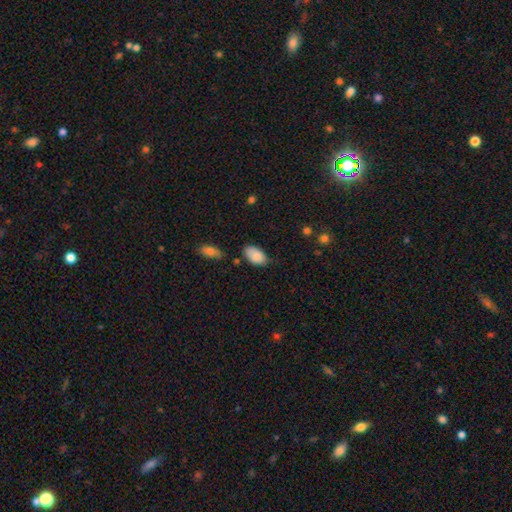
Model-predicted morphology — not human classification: This appears to be a smooth galaxy with no disk features (85%) that is in between round and cigar-shaped (94%). Merging: none (67%).